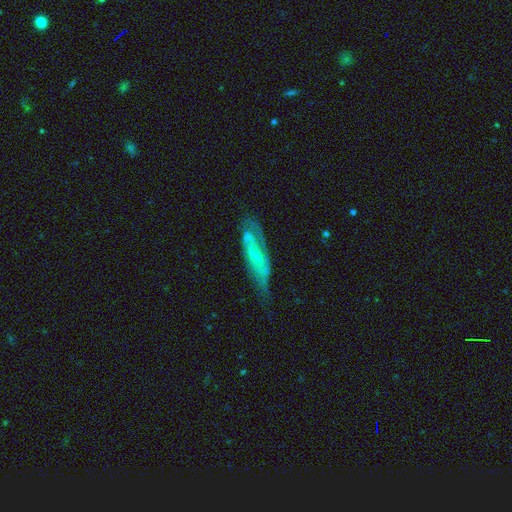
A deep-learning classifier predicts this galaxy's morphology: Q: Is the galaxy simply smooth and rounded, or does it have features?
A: featured or disk — 73%.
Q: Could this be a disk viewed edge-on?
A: no — 77%.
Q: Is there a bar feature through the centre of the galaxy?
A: no — 43%.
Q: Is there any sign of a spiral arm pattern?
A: yes — 79%.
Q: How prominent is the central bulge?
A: small — 58%.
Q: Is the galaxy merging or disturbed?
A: none — 55%.